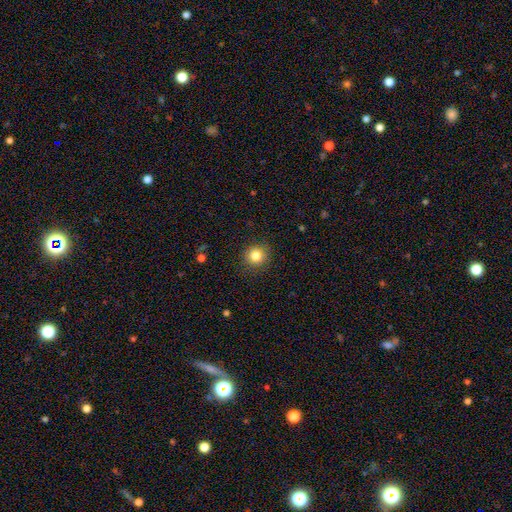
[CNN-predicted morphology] Smooth or featured: smooth — 83% (star or artifact — 11%)
How rounded: round — 91% (in between — 8%)
Merging: none — 90% (minor disturbance — 7%)